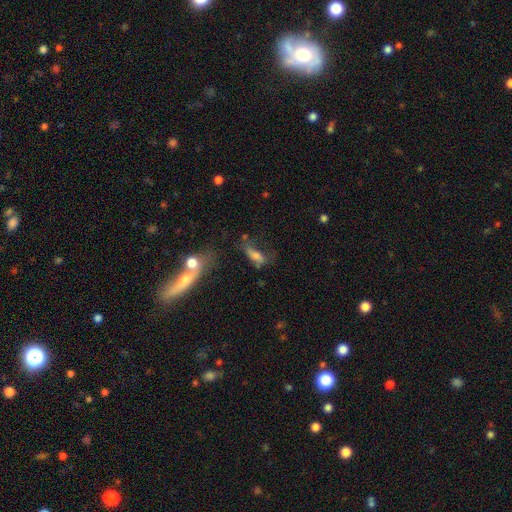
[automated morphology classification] smooth_or_featured: smooth (p=0.63) [alt: featured or disk p=0.22]
how_rounded: in between (p=0.62) [alt: cigar-shaped p=0.32]
merging: none (p=0.32) [alt: major disturbance p=0.30]